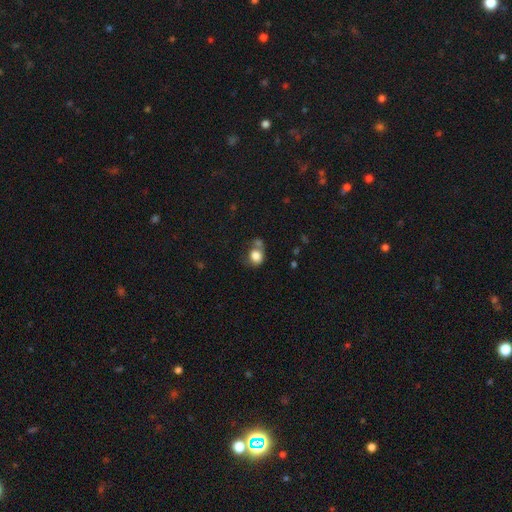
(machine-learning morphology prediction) The model was most divided on "merging": none: 38%, merger: 29%, minor disturbance: 20%, major disturbance: 13%. More confident: smooth or featured — smooth (80%); how rounded — round (62%).